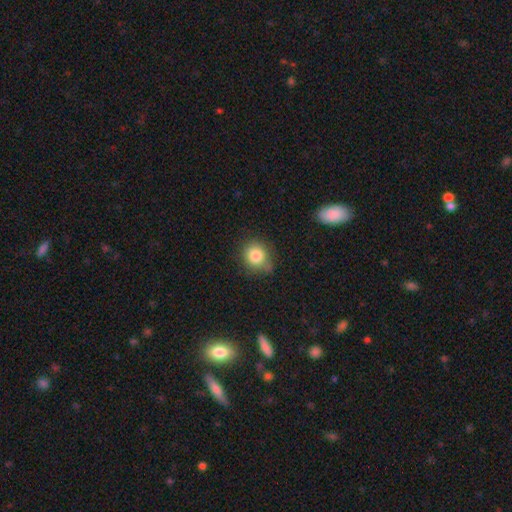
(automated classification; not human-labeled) Smooth or featured? Predicted: smooth (p=0.83). How rounded? Predicted: round (p=0.80). Merging? Predicted: none (p=0.68).